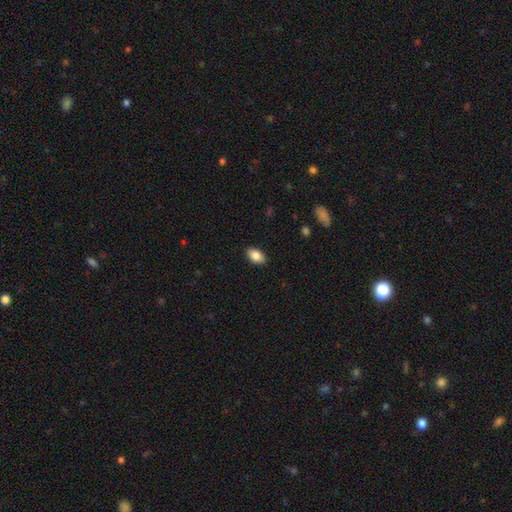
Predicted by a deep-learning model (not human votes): Smooth or featured? Predicted: smooth (p=0.86). How rounded? Predicted: in between (p=0.92). Merging? Predicted: none (p=0.89).